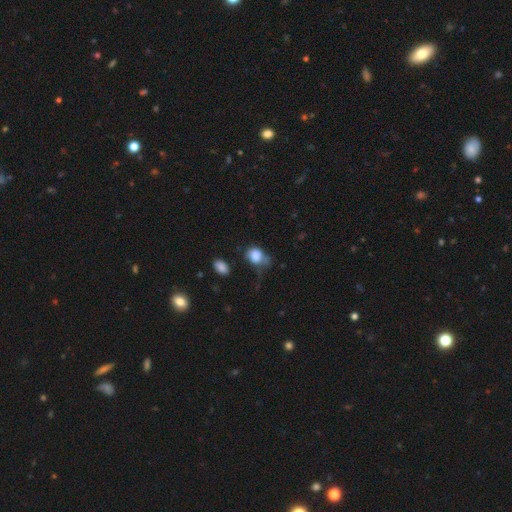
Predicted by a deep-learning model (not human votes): This is likely a smooth galaxy (78%). How rounded: possibly in between (58%). Merging: marginally major disturbance (32%).